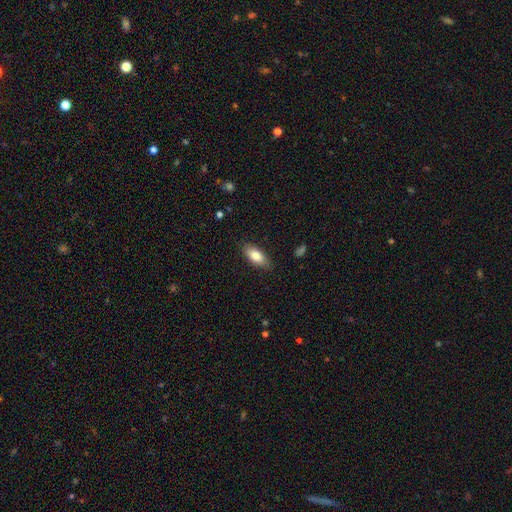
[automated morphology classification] smooth-or-featured: smooth: 81% | featured or disk: 13% | star or artifact: 7%
  how-rounded: in between: 84% | cigar-shaped: 14% | round: 2%
  merging: none: 85% | minor disturbance: 12% | major disturbance: 2% | merger: 1%